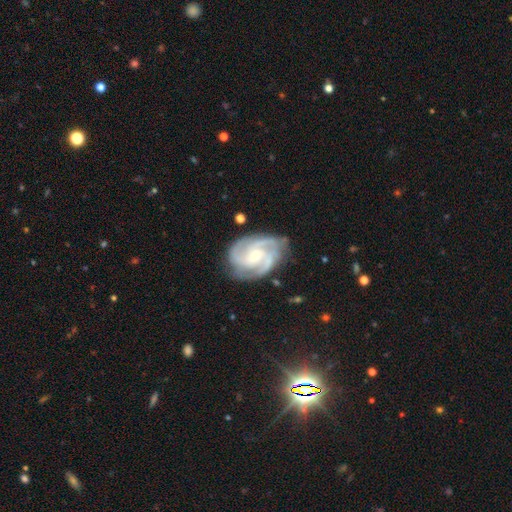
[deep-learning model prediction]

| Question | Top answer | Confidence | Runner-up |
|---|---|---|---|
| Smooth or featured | featured or disk | 91% | smooth (5%) |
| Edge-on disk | no | 98% | yes (2%) |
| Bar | no | 53% | weak (36%) |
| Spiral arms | yes | 98% | no (2%) |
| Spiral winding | medium | 47% | tight (44%) |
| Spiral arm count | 3 | 55% | 2 (17%) |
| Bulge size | small | 59% | moderate (38%) |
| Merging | none | 74% | minor disturbance (19%) |